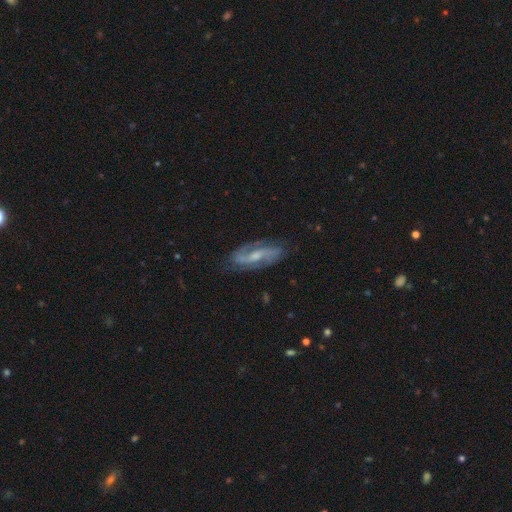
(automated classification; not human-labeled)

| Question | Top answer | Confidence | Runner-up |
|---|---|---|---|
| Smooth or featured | featured or disk | 86% | smooth (9%) |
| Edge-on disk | no | 93% | yes (7%) |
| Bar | weak | 49% | no (29%) |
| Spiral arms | yes | 96% | no (4%) |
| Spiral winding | medium | 49% | loose (31%) |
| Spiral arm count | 2 | 90% | can't tell (4%) |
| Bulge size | moderate | 44% | small (42%) |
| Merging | none | 79% | minor disturbance (15%) |